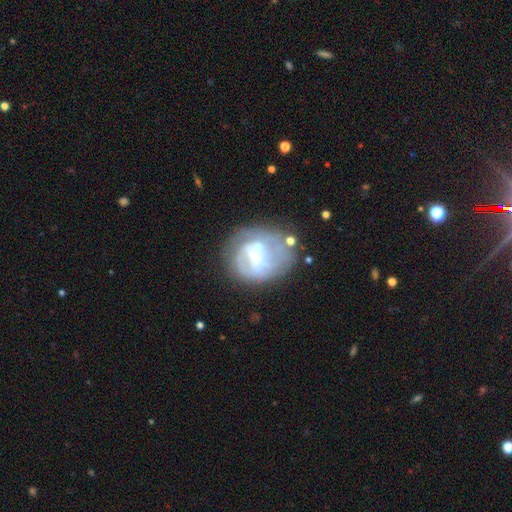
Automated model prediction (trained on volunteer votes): Q: Smooth or featured?
A: featured or disk (66%); runner-up: smooth (25%)
Q: Edge-on disk?
A: no (97%); runner-up: yes (3%)
Q: Bar?
A: weak (42%); runner-up: no (34%)
Q: Spiral arms?
A: yes (55%); runner-up: no (45%)
Q: Bulge size?
A: small (34%); runner-up: moderate (33%)
Q: Merging?
A: none (48%); runner-up: minor disturbance (22%)